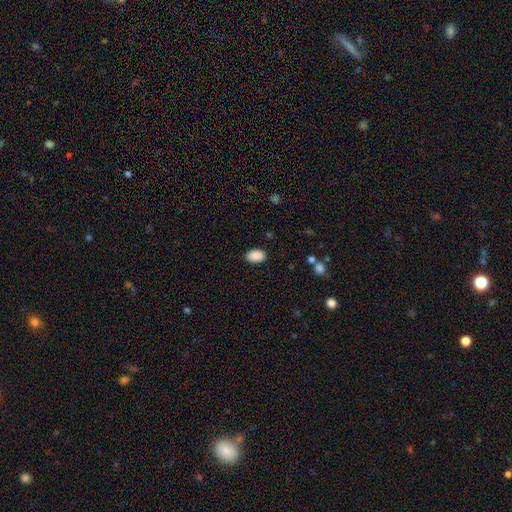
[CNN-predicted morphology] Smooth or featured? Predicted: smooth (p=0.90). How rounded? Predicted: in between (p=0.90). Merging? Predicted: none (p=0.87).